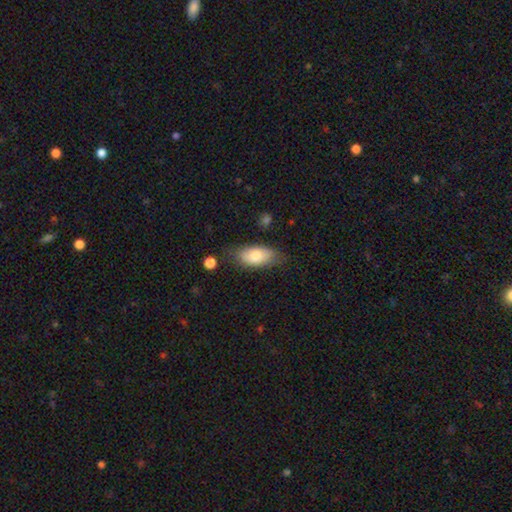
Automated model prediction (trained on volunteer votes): smooth 78%, featured or disk 15%, star or artifact 7%. Down the decision tree: how rounded — in between (90%); merging — none (69%).